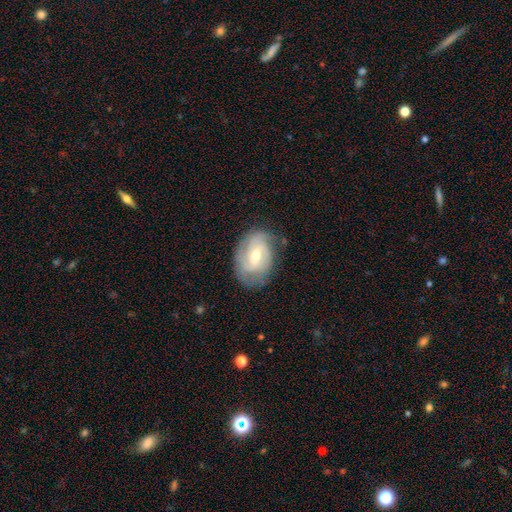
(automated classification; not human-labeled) This appears to be a featured or disk galaxy (72%) with a weak bar (51%), 2 (40%) tight (46%) spiral arms (88%) and a moderate central bulge (50%). Merging: none (71%).